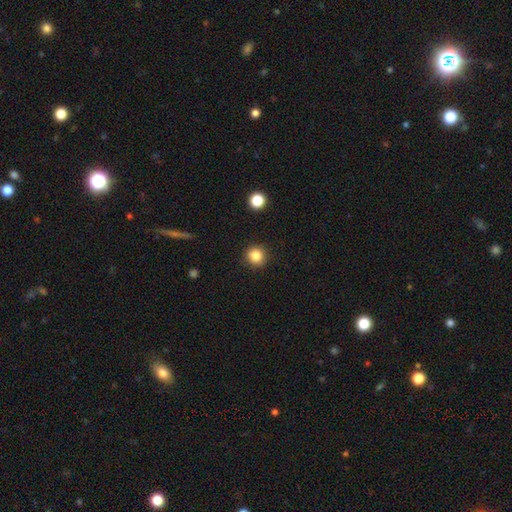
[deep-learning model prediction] Morphology: type=smooth (84%); roundness=round (93%); merging=none (91%).